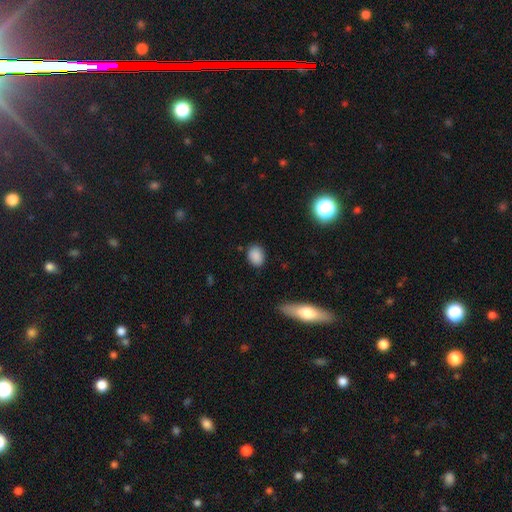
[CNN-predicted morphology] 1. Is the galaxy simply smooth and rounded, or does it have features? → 87% smooth, 9% star or artifact, 4% featured or disk.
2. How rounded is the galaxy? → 60% in between, 38% round, 2% cigar-shaped.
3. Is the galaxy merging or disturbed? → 83% none, 12% minor disturbance, 3% major disturbance, 2% merger.